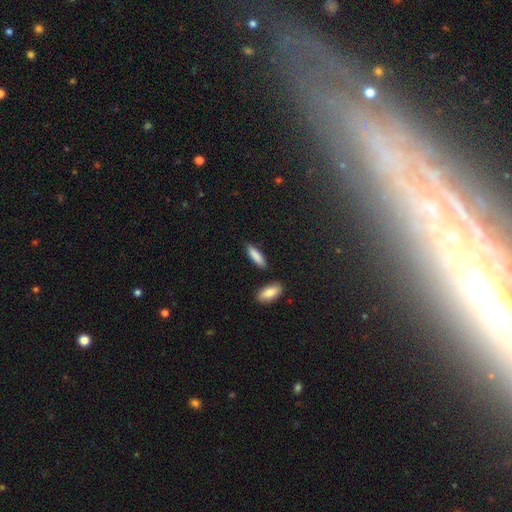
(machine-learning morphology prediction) smooth_or_featured: smooth (p=0.86) [alt: featured or disk p=0.09]
how_rounded: cigar-shaped (p=0.63) [alt: in between p=0.35]
merging: none (p=0.84) [alt: minor disturbance p=0.10]